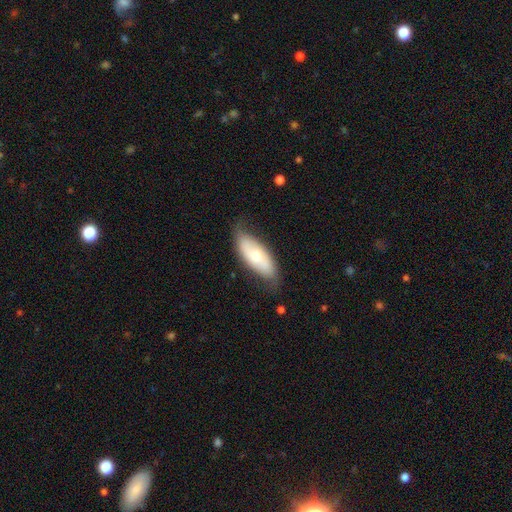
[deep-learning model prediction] Morphology: type=smooth (55%); roundness=in between (81%); merging=none (71%).